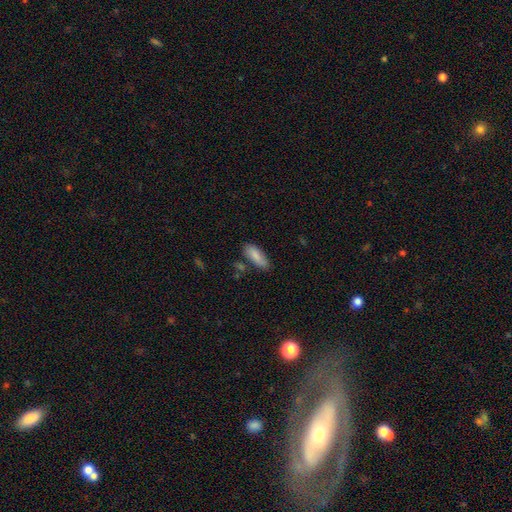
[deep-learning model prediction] Q: Smooth or featured?
A: smooth (86%); runner-up: featured or disk (8%)
Q: How rounded?
A: in between (69%); runner-up: cigar-shaped (29%)
Q: Merging?
A: none (70%); runner-up: minor disturbance (20%)